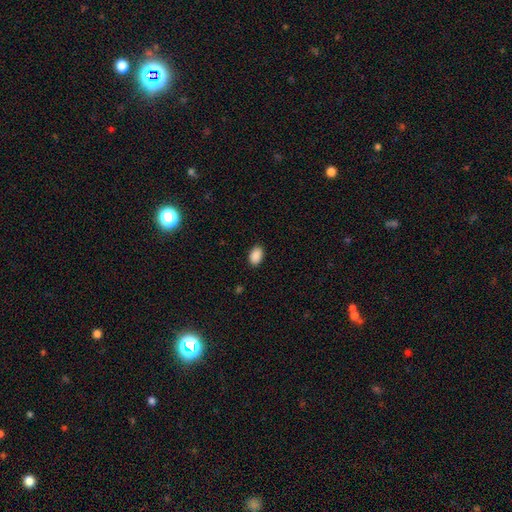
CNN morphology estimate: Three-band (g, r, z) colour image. It shows a smooth galaxy with no disk features (90%) that is in between round and cigar-shaped (88%). Merging: none (89%).